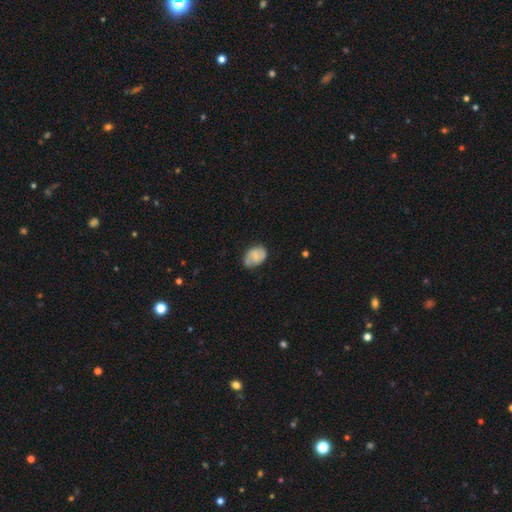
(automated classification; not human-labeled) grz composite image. It shows a smooth galaxy with no disk features (46%, tied with featured or disk). Merging: none (69%).